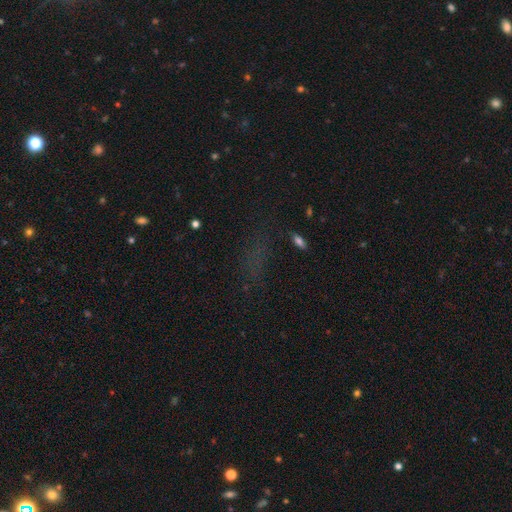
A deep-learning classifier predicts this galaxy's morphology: The model was most divided on "smooth or featured": star or artifact: 50%, smooth: 36%, featured or disk: 15%.